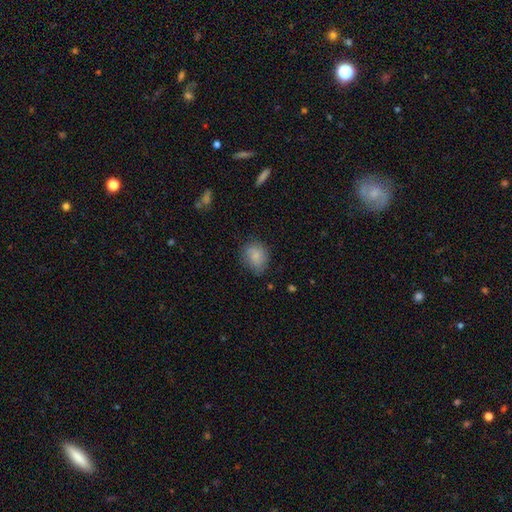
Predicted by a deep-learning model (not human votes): Overall: smooth (82%). How rounded: round (57%; in between 42%). Merging: none (71%).